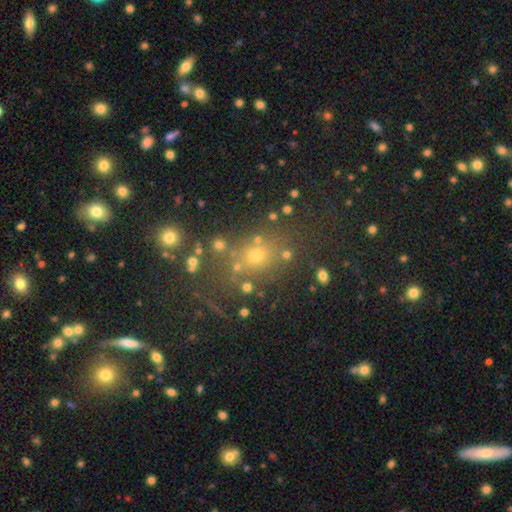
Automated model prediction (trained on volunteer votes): This appears to be a smooth galaxy with no disk features (55%) that is round (63%). Merging: none (71%).